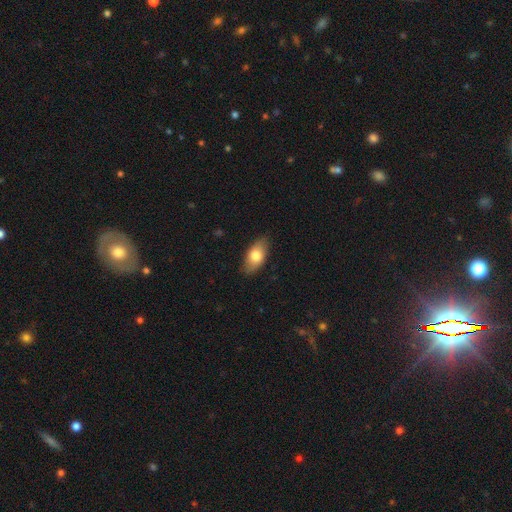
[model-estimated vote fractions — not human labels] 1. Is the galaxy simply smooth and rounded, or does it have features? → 77% smooth, 17% featured or disk, 6% star or artifact.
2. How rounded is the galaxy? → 90% in between, 5% cigar-shaped, 5% round.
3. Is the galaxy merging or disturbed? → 84% none, 13% minor disturbance, 2% major disturbance, 1% merger.